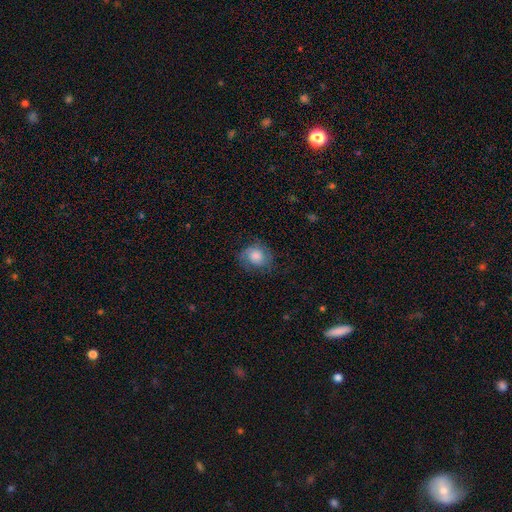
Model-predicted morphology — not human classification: Q: Smooth or featured?
A: smooth (65%); runner-up: featured or disk (26%)
Q: How rounded?
A: round (67%); runner-up: in between (32%)
Q: Merging?
A: none (67%); runner-up: minor disturbance (22%)